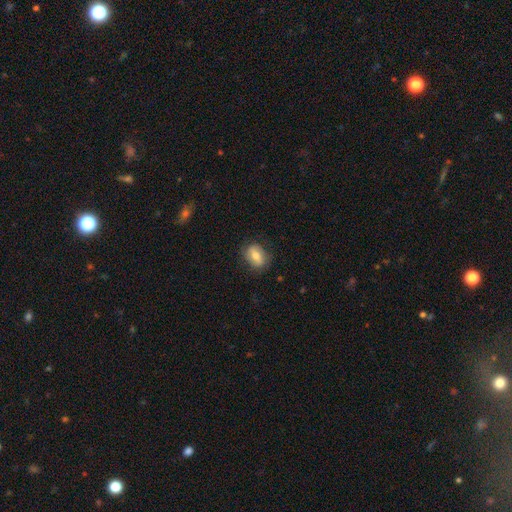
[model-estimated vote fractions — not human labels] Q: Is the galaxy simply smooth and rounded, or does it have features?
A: smooth — 65%.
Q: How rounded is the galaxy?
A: in between — 73%.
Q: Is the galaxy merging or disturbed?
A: none — 79%.